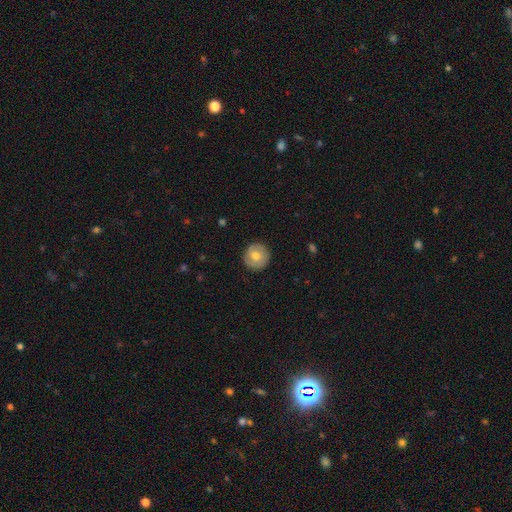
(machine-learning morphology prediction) smooth 61%, featured or disk 32%, star or artifact 7%. Down the decision tree: how rounded — round (94%); merging — none (88%).